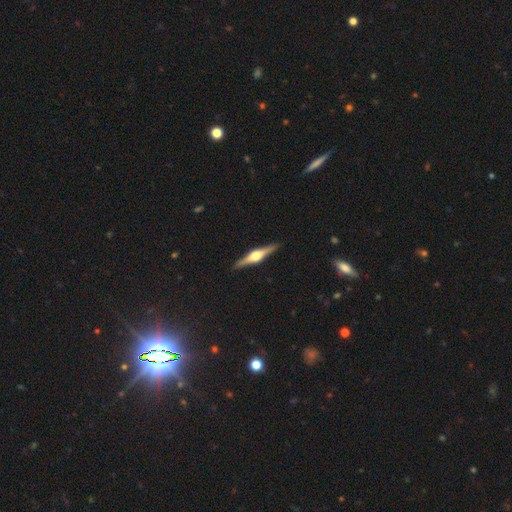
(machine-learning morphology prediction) A featured or disk galaxy (81%) viewed edge-on (98%) with a rounded central bulge (93%).

Vote fractions:
- Smooth or featured? featured or disk: 81% / smooth: 14% / star or artifact: 5%
- Edge-on disk? yes: 98% / no: 2%
- Edge-on bulge? rounded: 93% / boxy: 6% / none: 2%
- Merging? none: 92% / minor disturbance: 6% / major disturbance: 1% / merger: 1%